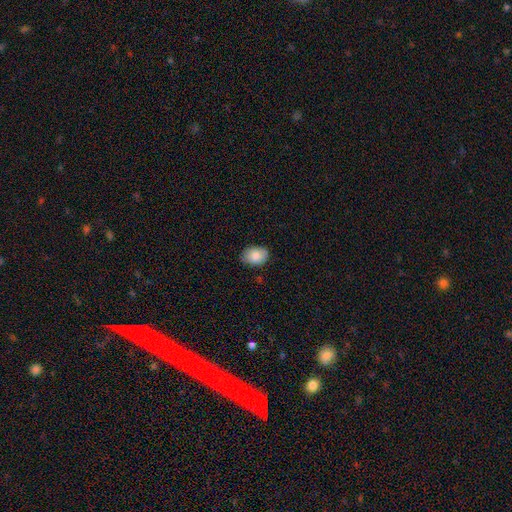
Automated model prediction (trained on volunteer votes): Smooth or featured: smooth — 86% (featured or disk — 7%)
How rounded: in between — 79% (round — 20%)
Merging: none — 81% (minor disturbance — 16%)